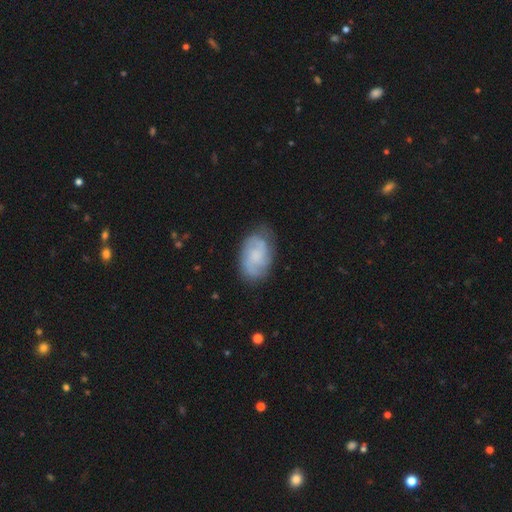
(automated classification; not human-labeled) Smooth or featured: featured or disk — 62% (smooth — 31%)
Edge-on disk: no — 97% (yes — 3%)
Bar: no — 67% (weak — 29%)
Spiral arms: yes — 88% (no — 12%)
Spiral winding: medium — 44% (tight — 37%)
Spiral arm count: 2 — 42% (can't tell — 26%)
Bulge size: none — 40% (small — 33%)
Merging: none — 72% (minor disturbance — 20%)